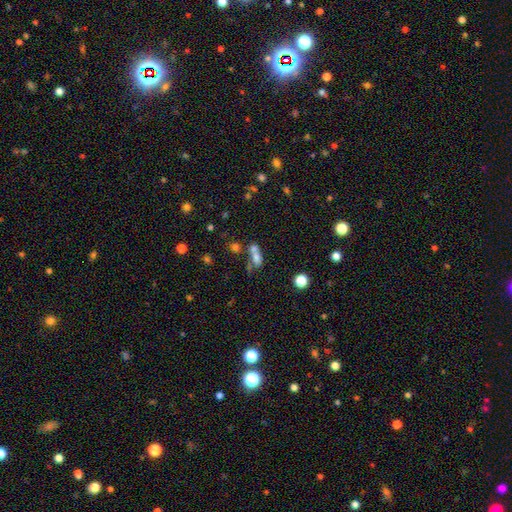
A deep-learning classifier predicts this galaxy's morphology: The model was most divided on "merging": merger: 56%, none: 26%, minor disturbance: 9%, major disturbance: 9%. More confident: how rounded — in between (66%); smooth or featured — smooth (66%).